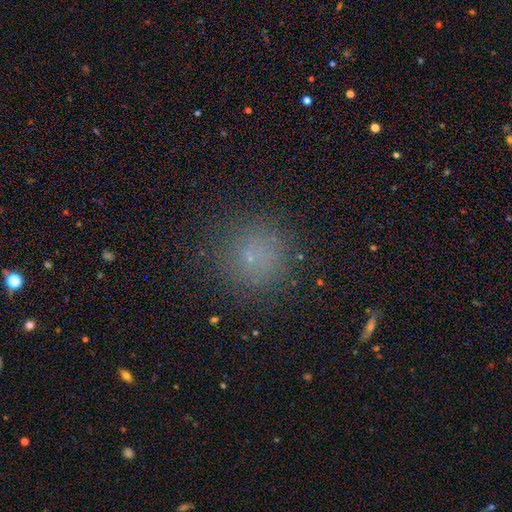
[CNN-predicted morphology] This is likely a smooth galaxy (68%). How rounded: clearly round (94%). Merging: clearly none (86%).